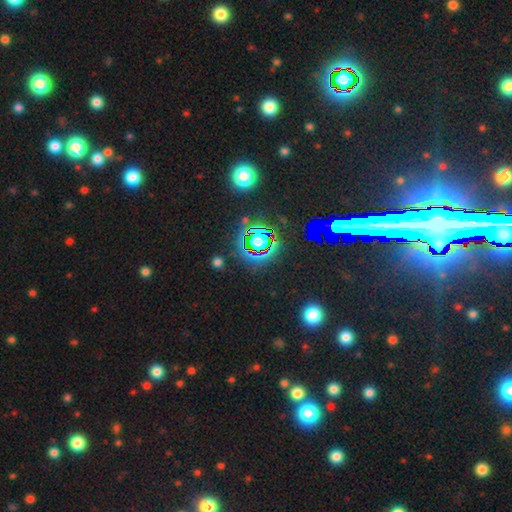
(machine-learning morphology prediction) type=star or artifact (76%).